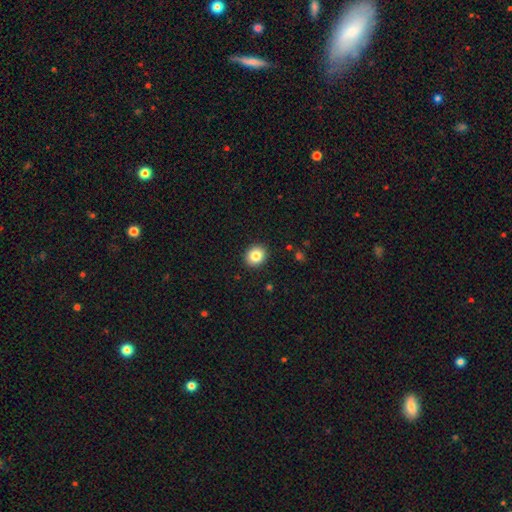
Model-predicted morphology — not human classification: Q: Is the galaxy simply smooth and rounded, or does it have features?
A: smooth — 84%.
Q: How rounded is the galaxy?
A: round — 72%.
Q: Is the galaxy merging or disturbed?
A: none — 91%.